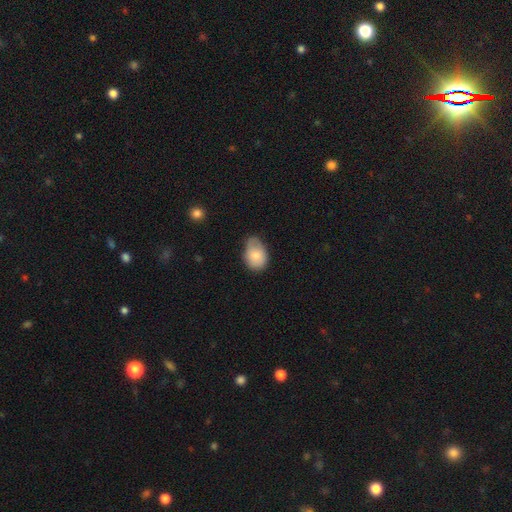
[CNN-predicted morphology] Q: Smooth or featured?
A: smooth (77%); runner-up: featured or disk (15%)
Q: How rounded?
A: in between (73%); runner-up: round (26%)
Q: Merging?
A: none (45%); runner-up: minor disturbance (42%)